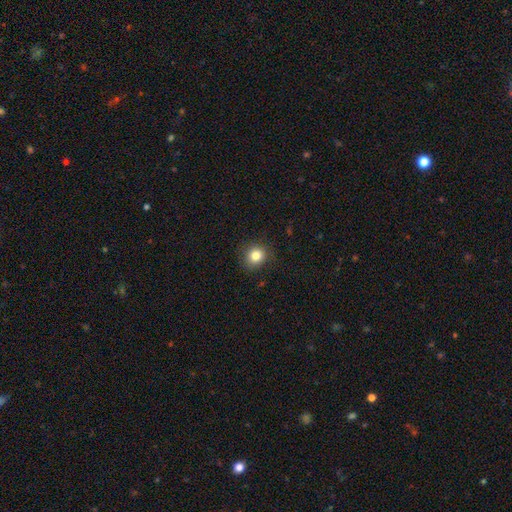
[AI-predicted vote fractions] smooth 83%, star or artifact 11%, featured or disk 6%. Down the decision tree: how rounded — round (80%); merging — none (85%).